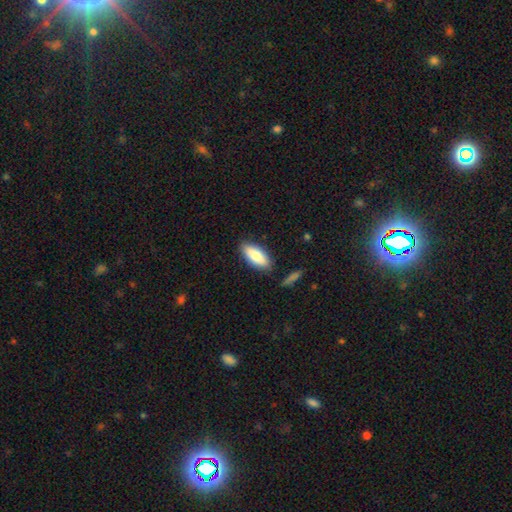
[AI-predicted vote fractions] A smooth galaxy with no disk features (81%) that is in between round and cigar-shaped (83%).

Vote fractions:
- Smooth or featured? smooth: 81% / featured or disk: 13% / star or artifact: 6%
- How rounded? in between: 83% / cigar-shaped: 15% / round: 2%
- Merging? none: 83% / minor disturbance: 11% / merger: 3% / major disturbance: 3%